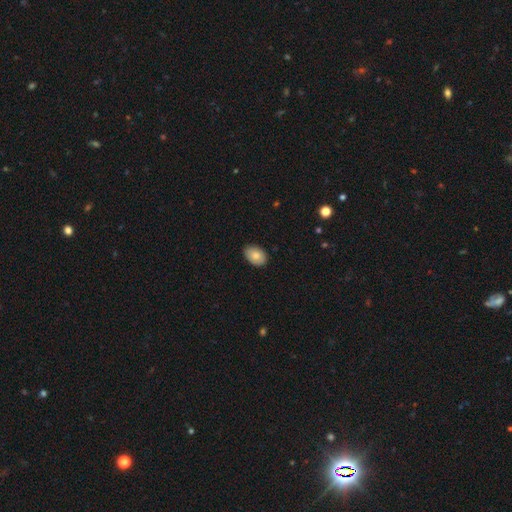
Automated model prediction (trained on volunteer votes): Smooth or featured? Predicted: smooth (p=0.82). How rounded? Predicted: in between (p=0.85). Merging? Predicted: none (p=0.84).